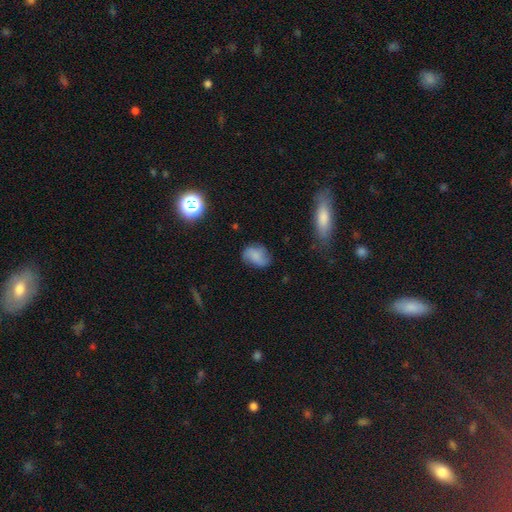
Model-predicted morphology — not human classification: smooth_or_featured: smooth (p=0.62) [alt: featured or disk p=0.27]
how_rounded: in between (p=0.64) [alt: round p=0.34]
merging: none (p=0.64) [alt: minor disturbance p=0.25]